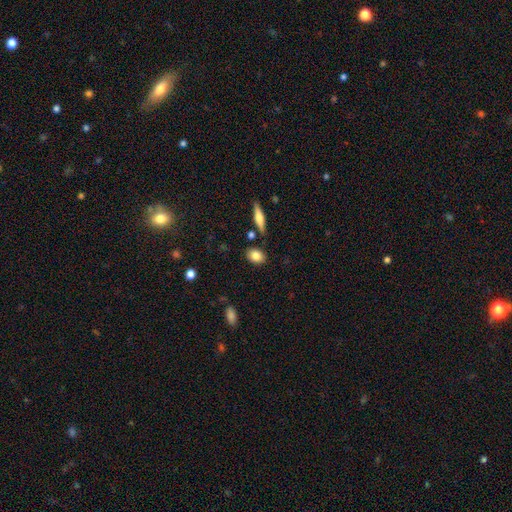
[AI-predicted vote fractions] smooth 82%, featured or disk 11%, star or artifact 7%. Down the decision tree: how rounded — in between (68%); merging — none (83%).